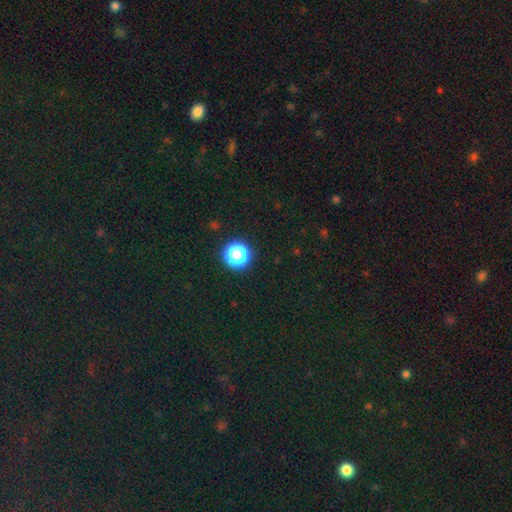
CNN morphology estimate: Q: Smooth or featured?
A: star or artifact (58%); runner-up: smooth (37%)